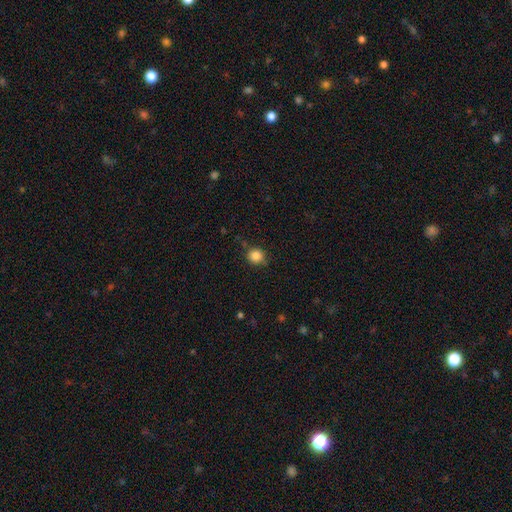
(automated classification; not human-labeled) smooth-or-featured: smooth: 85% | star or artifact: 11% | featured or disk: 4%
  how-rounded: round: 89% | in between: 10% | cigar-shaped: 1%
  merging: none: 80% | minor disturbance: 14% | major disturbance: 3% | merger: 2%